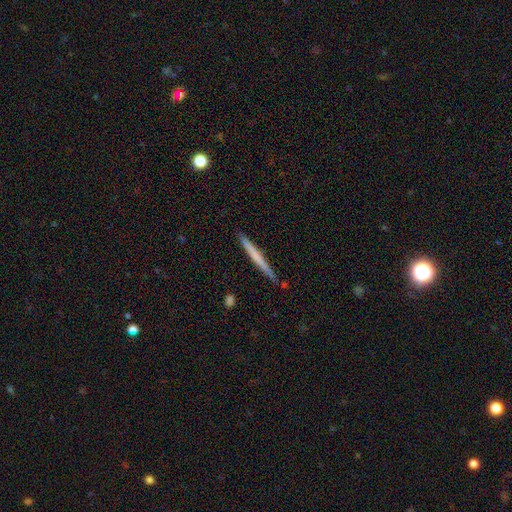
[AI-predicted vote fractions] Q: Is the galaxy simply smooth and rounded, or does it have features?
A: smooth — 54%.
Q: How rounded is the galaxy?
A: cigar-shaped — 97%.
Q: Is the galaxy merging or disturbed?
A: none — 88%.